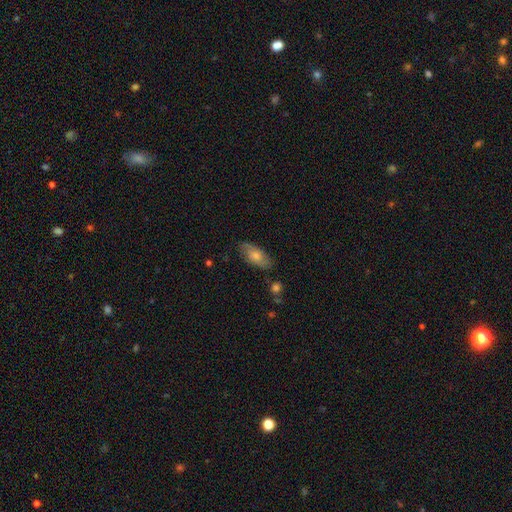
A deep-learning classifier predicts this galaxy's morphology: A smooth galaxy with no disk features (61%) that is in between round and cigar-shaped (87%). Merging: none (75%).